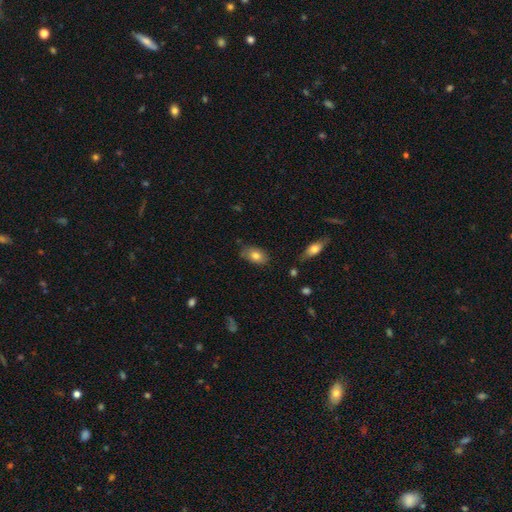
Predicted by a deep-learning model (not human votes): Smooth or featured: smooth — 79% (featured or disk — 13%)
How rounded: in between — 90% (round — 8%)
Merging: none — 75% (minor disturbance — 20%)